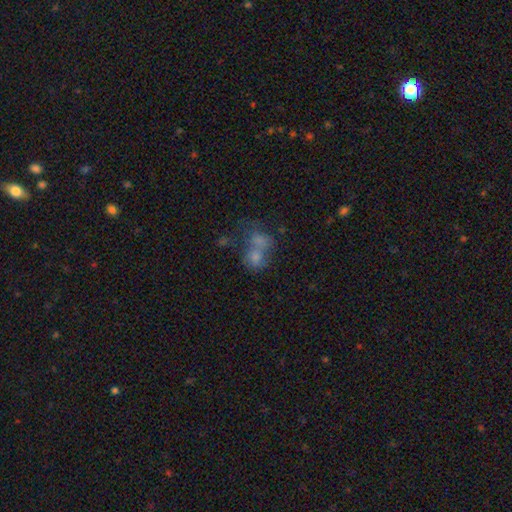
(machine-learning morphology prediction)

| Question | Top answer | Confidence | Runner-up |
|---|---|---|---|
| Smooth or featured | smooth | 59% | featured or disk (21%) |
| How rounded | round | 51% | in between (47%) |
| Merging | merger | 59% | none (25%) |